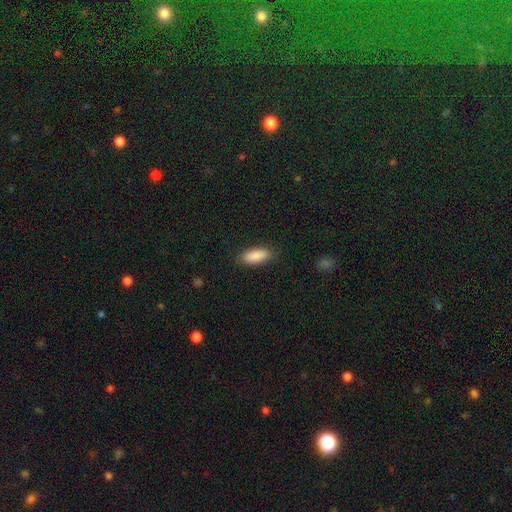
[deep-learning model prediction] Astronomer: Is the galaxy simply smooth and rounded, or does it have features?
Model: smooth — 90%.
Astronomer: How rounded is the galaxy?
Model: in between — 79%.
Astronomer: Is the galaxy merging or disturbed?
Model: none — 87%.